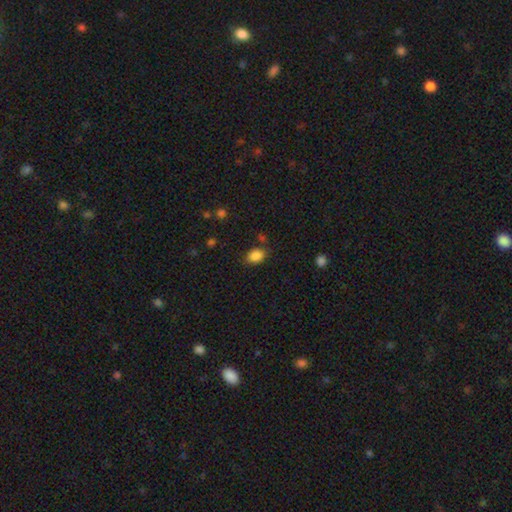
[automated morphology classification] Smooth or featured?
  - smooth: 86% *
  - star or artifact: 10%
  - featured or disk: 4%
How rounded?
  - in between: 73% *
  - round: 26%
  - cigar-shaped: 1%
Merging?
  - none: 76% *
  - minor disturbance: 15%
  - major disturbance: 4%
  - merger: 4%